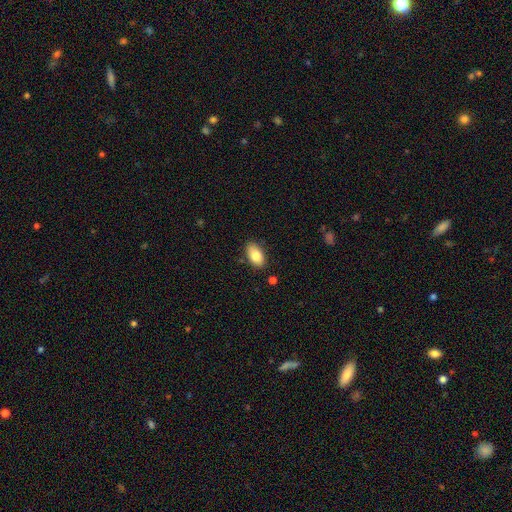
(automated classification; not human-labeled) smooth 83%, featured or disk 10%, star or artifact 7%. Down the decision tree: how rounded — in between (93%); merging — none (83%).